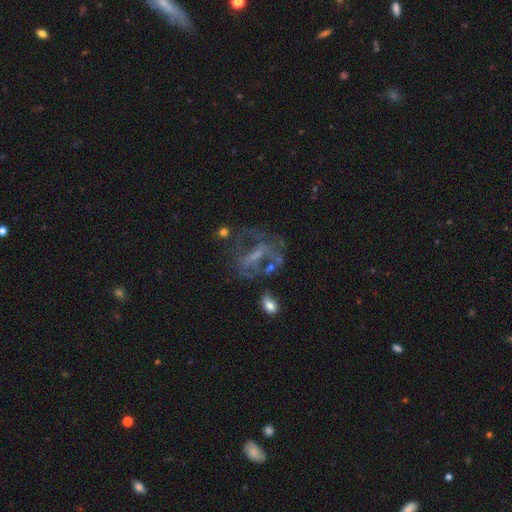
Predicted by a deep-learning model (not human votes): Morphology: type=featured or disk (66%); edge-on=no (95%); bar=no (42%); spiral arms=no (56%); bulge=small (43%); merging=none (41%).